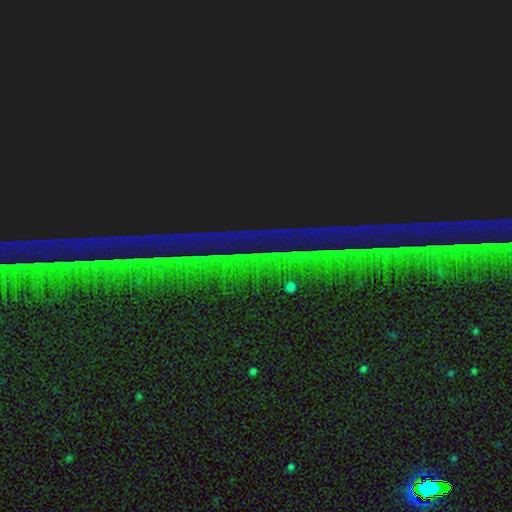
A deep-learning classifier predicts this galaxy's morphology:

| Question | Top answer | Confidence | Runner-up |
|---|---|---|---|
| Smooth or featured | star or artifact | 86% | featured or disk (7%) |